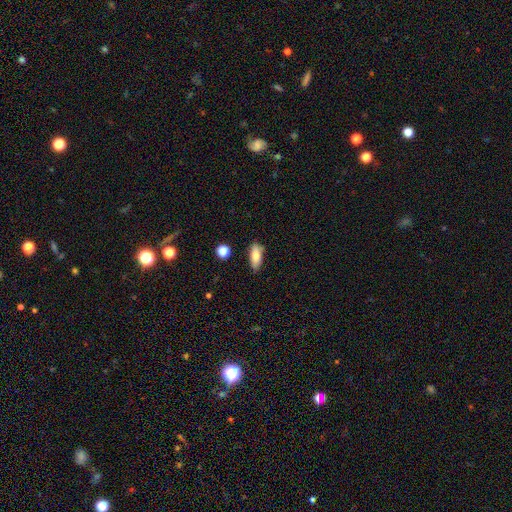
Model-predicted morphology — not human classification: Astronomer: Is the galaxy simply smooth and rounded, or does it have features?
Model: smooth — 79%.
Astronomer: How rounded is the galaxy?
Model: in between — 74%.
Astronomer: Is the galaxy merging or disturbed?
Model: none — 76%.